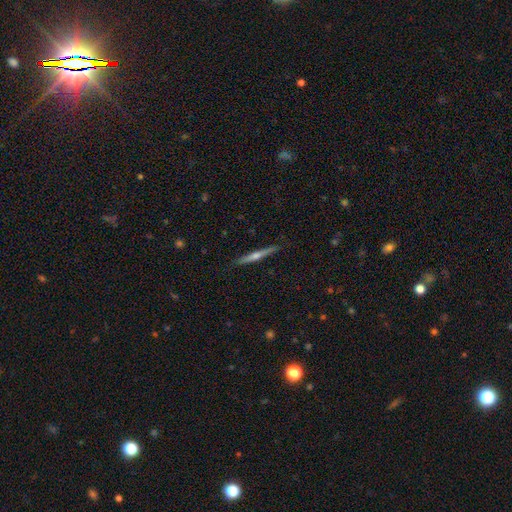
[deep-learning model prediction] This is likely a featured or disk galaxy (68%). It is clearly viewed edge-on (98%). Edge-on bulge: clearly rounded (81%). Merging: clearly none (90%).